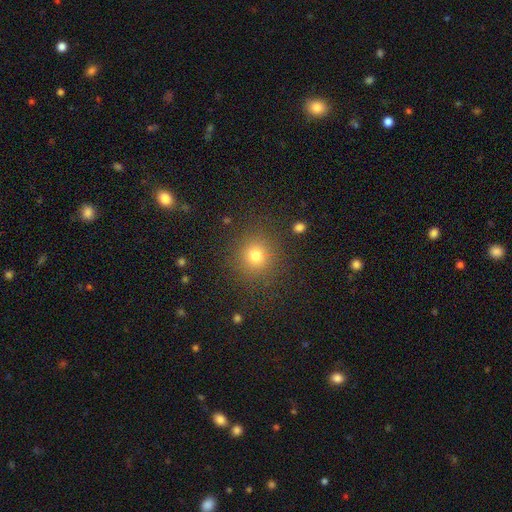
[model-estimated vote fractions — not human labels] This is likely a smooth galaxy (77%). How rounded: clearly round (90%). Merging: clearly none (87%).